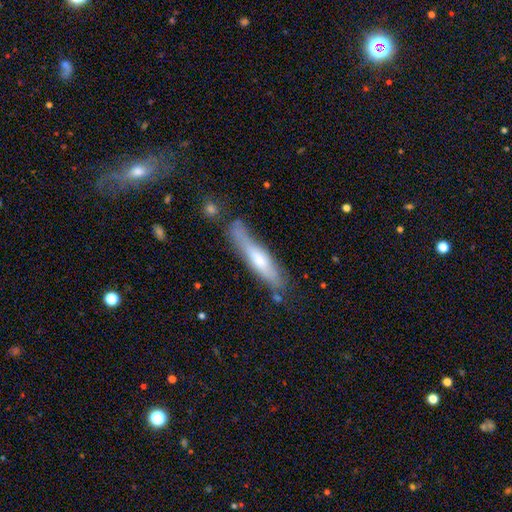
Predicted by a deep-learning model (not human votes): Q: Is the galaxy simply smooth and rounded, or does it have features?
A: featured or disk — 47%.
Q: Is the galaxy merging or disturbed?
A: none — 65%.